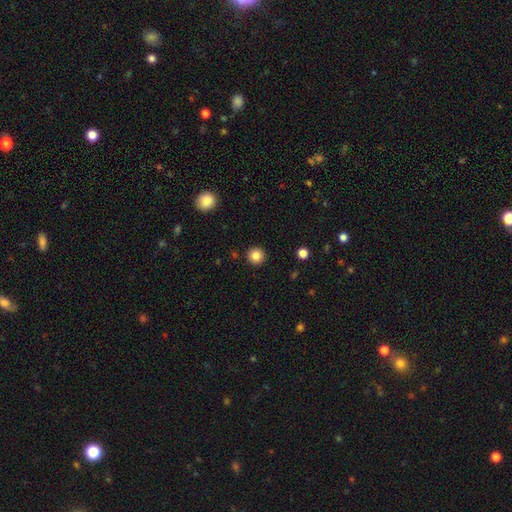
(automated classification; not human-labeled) Smooth or featured: smooth — 84% (star or artifact — 11%)
How rounded: round — 95% (in between — 4%)
Merging: none — 93% (minor disturbance — 5%)